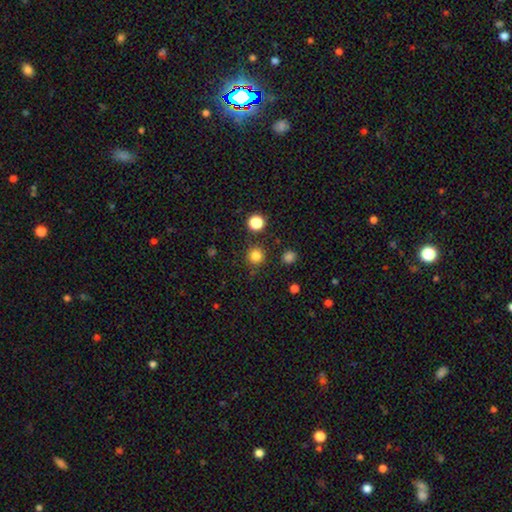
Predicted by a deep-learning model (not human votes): Q: Smooth or featured?
A: smooth (82%); runner-up: star or artifact (14%)
Q: How rounded?
A: round (95%); runner-up: in between (4%)
Q: Merging?
A: none (87%); runner-up: minor disturbance (7%)